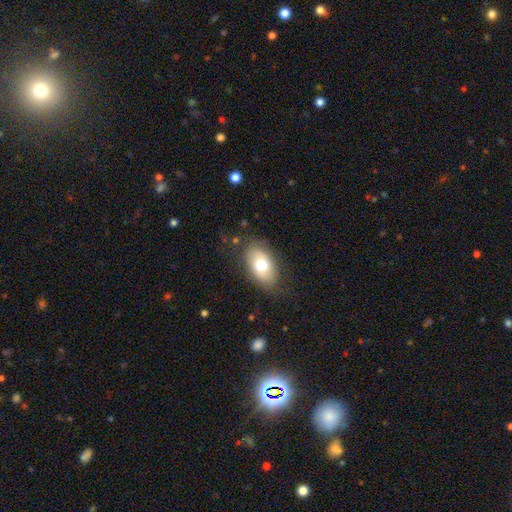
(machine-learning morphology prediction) The model was most divided on "smooth or featured": smooth: 67%, featured or disk: 24%, star or artifact: 9%. More confident: how rounded — in between (91%); merging — none (79%).